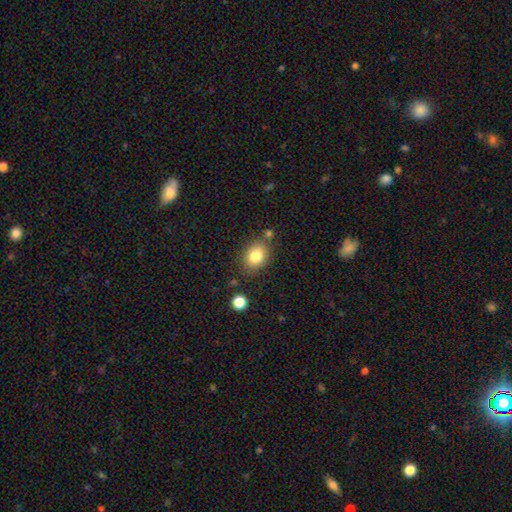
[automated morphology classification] Smooth or featured? smooth (82%)
How rounded? in between (61%)
Merging? none (75%)